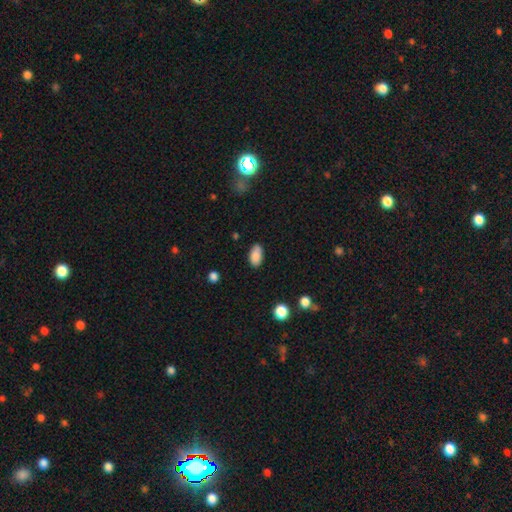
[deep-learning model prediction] Smooth or featured: smooth — 88% (star or artifact — 8%)
How rounded: in between — 93% (round — 5%)
Merging: none — 81% (minor disturbance — 15%)